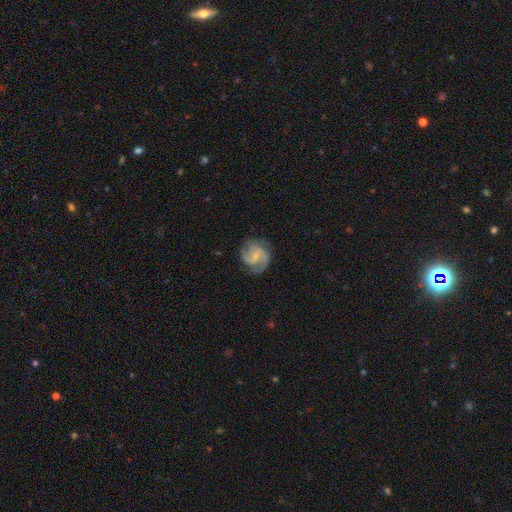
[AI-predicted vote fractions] The model was most divided on "bar": weak: 49%, no: 39%, strong: 12%. More confident: edge-on disk — no (98%); spiral arms — yes (97%); smooth or featured — featured or disk (84%); merging — none (76%); bulge size — small (69%); spiral arm count — 2 (65%); spiral winding — medium (54%).